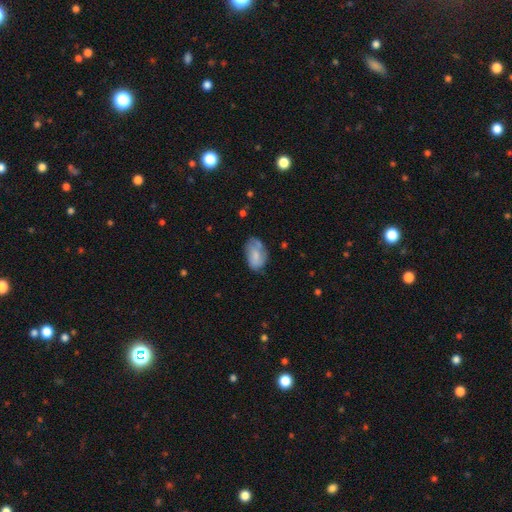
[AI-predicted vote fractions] smooth-or-featured: smooth: 70% | featured or disk: 23% | star or artifact: 7%
  how-rounded: in between: 90% | round: 9% | cigar-shaped: 1%
  merging: none: 51% | minor disturbance: 32% | major disturbance: 11% | merger: 5%